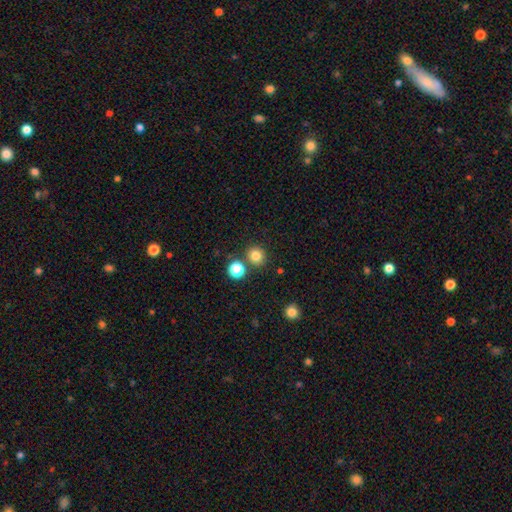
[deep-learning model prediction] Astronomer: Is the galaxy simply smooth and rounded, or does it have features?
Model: smooth — 82%.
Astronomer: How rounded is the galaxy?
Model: round — 88%.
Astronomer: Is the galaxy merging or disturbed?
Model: none — 81%.